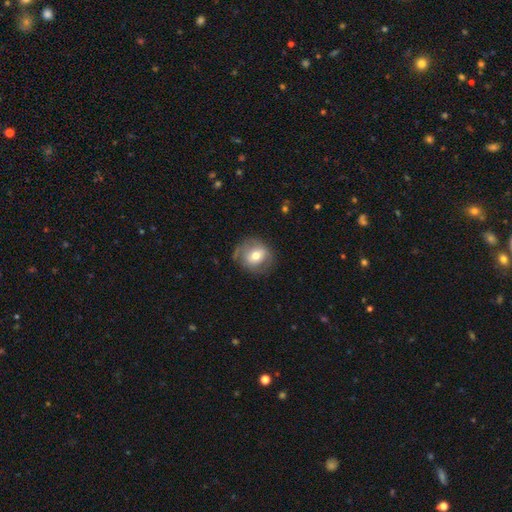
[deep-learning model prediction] Smooth or featured? smooth (59%)
How rounded? round (79%)
Merging? none (69%)